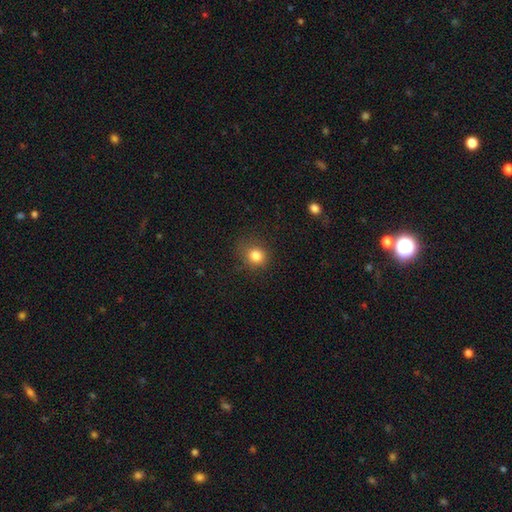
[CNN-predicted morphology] type=smooth (82%); roundness=round (79%); merging=none (79%).